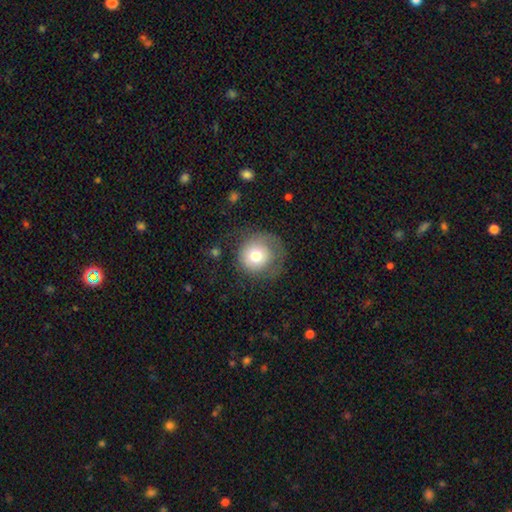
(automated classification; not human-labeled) Smooth or featured? Predicted: smooth (p=0.69). How rounded? Predicted: round (p=0.90). Merging? Predicted: none (p=0.55).